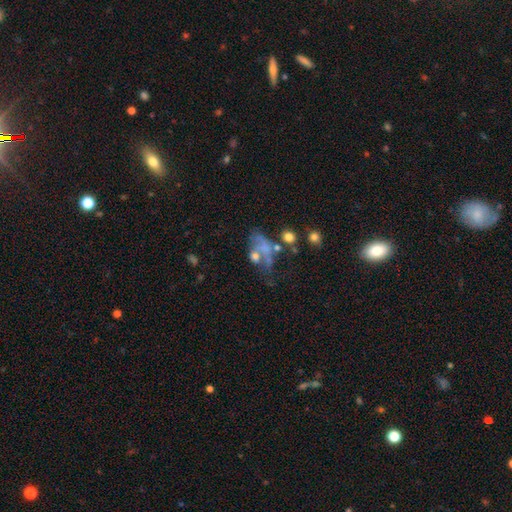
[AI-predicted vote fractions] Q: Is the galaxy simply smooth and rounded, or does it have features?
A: featured or disk — 41%.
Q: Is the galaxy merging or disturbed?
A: none — 46%.